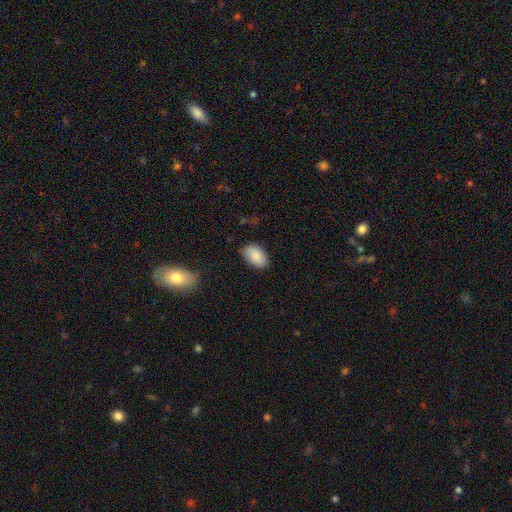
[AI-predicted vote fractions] Smooth or featured? smooth (85%)
How rounded? in between (92%)
Merging? none (80%)